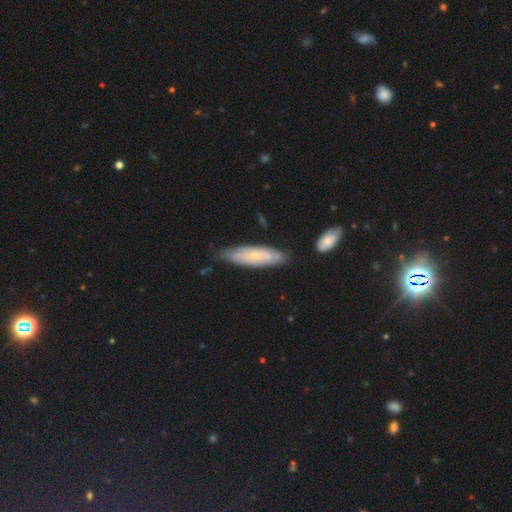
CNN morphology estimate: This appears to be a featured or disk galaxy (51%). Merging: none (73%).